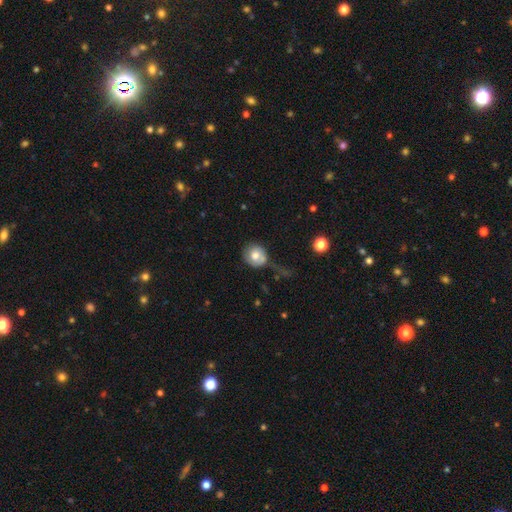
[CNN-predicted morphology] smooth-or-featured: smooth: 68% | featured or disk: 23% | star or artifact: 8%
  how-rounded: round: 82% | in between: 17% | cigar-shaped: 1%
  merging: none: 48% | minor disturbance: 25% | major disturbance: 16% | merger: 11%